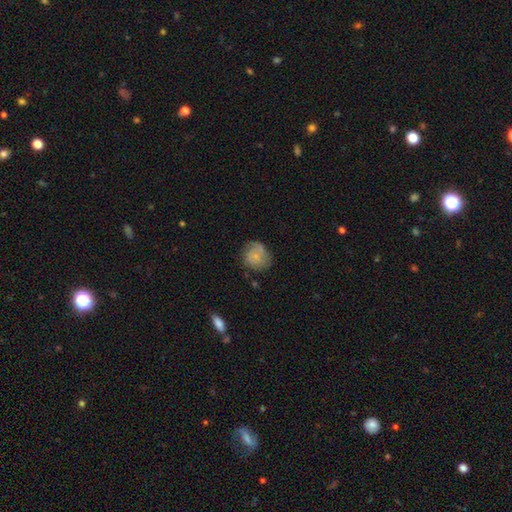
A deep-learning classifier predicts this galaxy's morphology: smooth 59%, featured or disk 33%, star or artifact 8%. Down the decision tree: how rounded — round (78%); merging — none (59%).